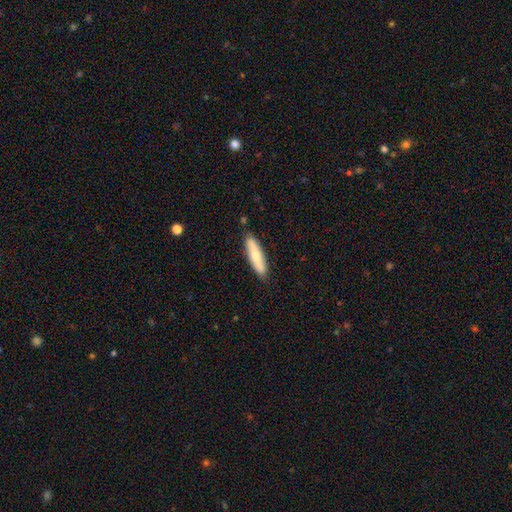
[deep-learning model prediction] Overall: smooth (69%). How rounded: cigar-shaped (78%). Merging: none (85%).